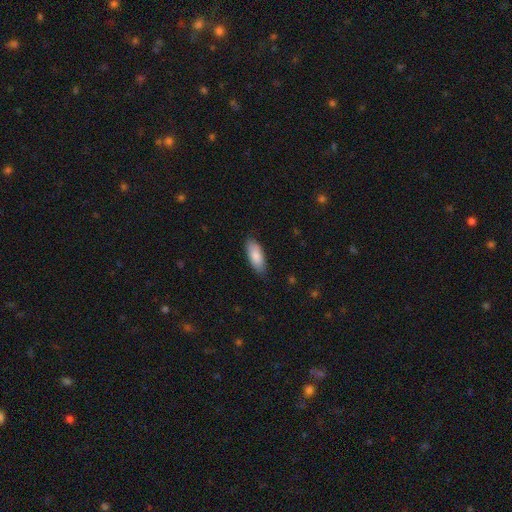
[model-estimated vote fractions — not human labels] Smooth or featured? smooth (85%)
How rounded? in between (81%)
Merging? none (84%)